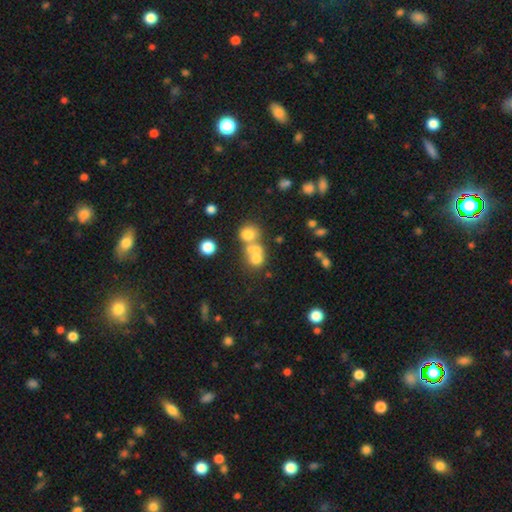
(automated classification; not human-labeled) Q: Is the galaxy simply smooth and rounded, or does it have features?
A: smooth — 63%.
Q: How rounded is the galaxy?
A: round — 73%.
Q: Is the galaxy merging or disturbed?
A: merger — 54%.